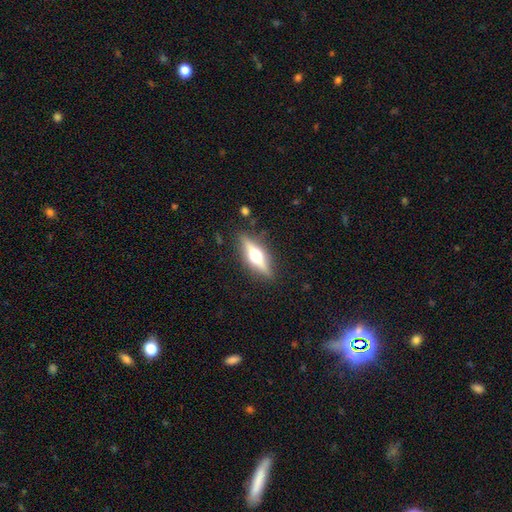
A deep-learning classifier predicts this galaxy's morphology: The model was most divided on "smooth or featured": featured or disk: 69%, smooth: 24%, star or artifact: 7%. More confident: edge-on bulge — rounded (96%); edge-on disk — yes (95%); merging — none (87%).